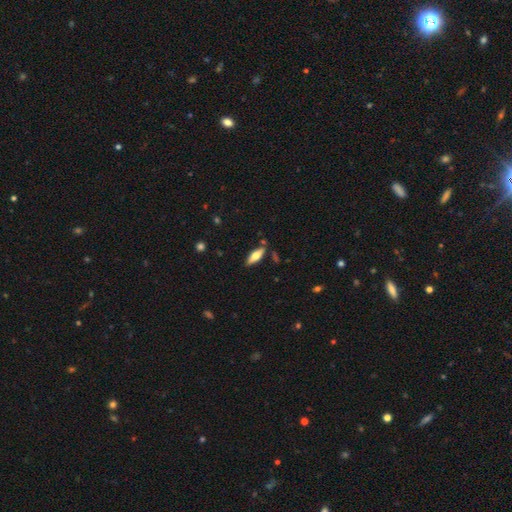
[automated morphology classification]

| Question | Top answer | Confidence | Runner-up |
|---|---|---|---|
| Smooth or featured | smooth | 51% | featured or disk (43%) |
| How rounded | in between | 54% | cigar-shaped (44%) |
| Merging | none | 83% | minor disturbance (11%) |